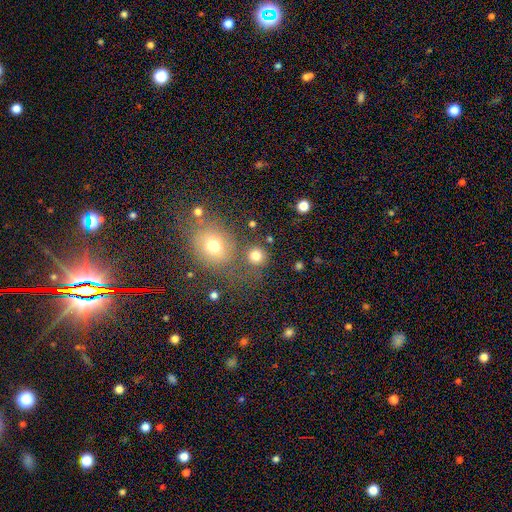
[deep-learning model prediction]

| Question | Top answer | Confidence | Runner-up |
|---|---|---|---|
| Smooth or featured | smooth | 78% | star or artifact (14%) |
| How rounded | round | 88% | in between (11%) |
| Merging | none | 70% | merger (16%) |